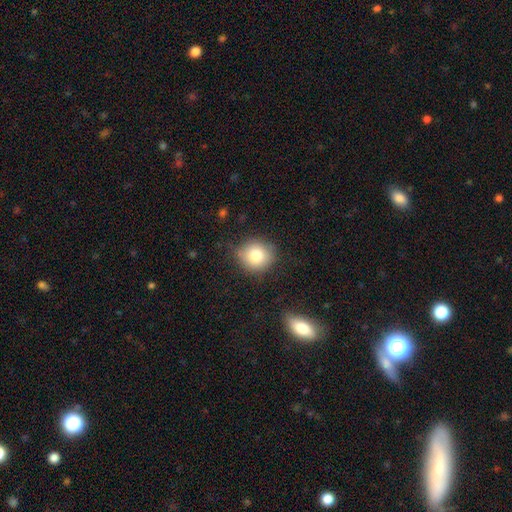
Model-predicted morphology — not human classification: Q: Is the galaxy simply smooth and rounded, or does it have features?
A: smooth — 79%.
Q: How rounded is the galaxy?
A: round — 86%.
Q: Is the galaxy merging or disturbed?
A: none — 79%.